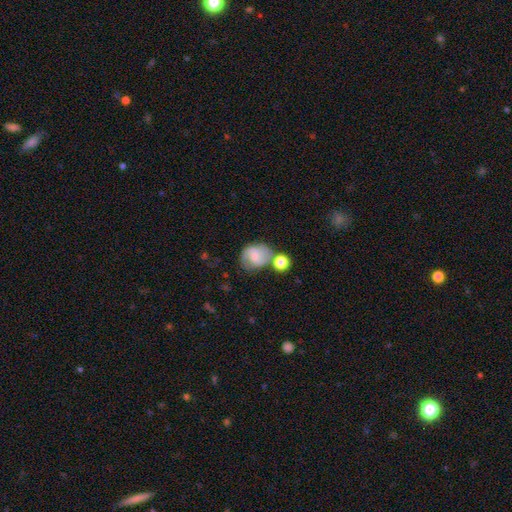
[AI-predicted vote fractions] Morphology: type=featured or disk (52%); edge-on=no (97%); bar=no (48%); spiral arms=yes (87%); bulge=small (52%); merging=none (52%).